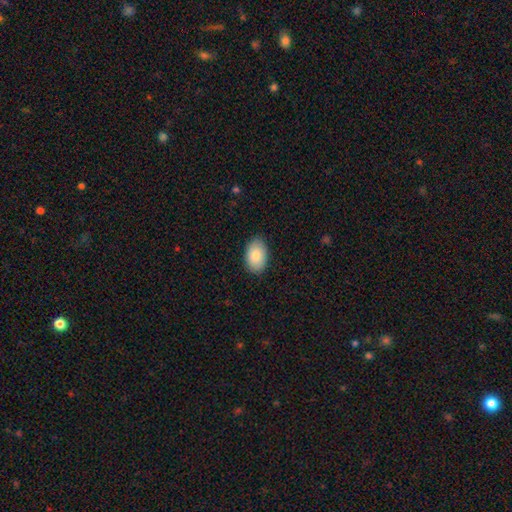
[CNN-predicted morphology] smooth_or_featured: smooth (p=0.86) [alt: featured or disk p=0.08]
how_rounded: in between (p=0.91) [alt: round p=0.08]
merging: none (p=0.86) [alt: minor disturbance p=0.11]